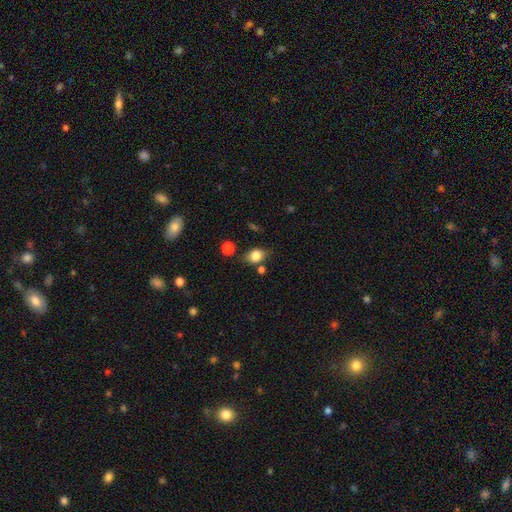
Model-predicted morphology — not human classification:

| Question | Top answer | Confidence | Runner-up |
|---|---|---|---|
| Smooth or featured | smooth | 82% | star or artifact (10%) |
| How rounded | in between | 65% | round (34%) |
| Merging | none | 69% | minor disturbance (19%) |